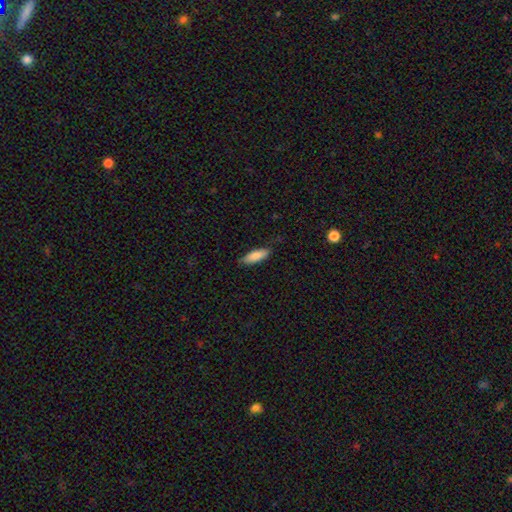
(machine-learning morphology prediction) type=smooth (85%); roundness=in between (59%); merging=none (80%).